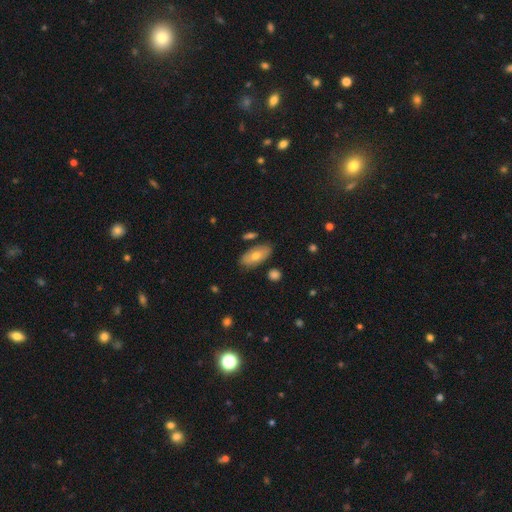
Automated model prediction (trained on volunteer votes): Overall: smooth (67%). How rounded: in between (89%). Merging: none (81%).